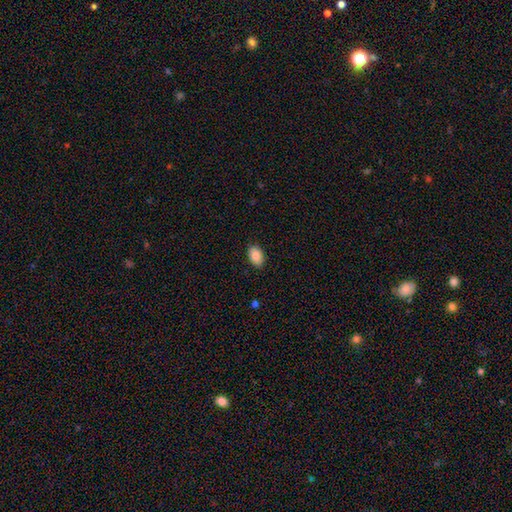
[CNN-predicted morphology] This is clearly a smooth galaxy (89%). How rounded: clearly in between (90%). Merging: clearly none (87%).